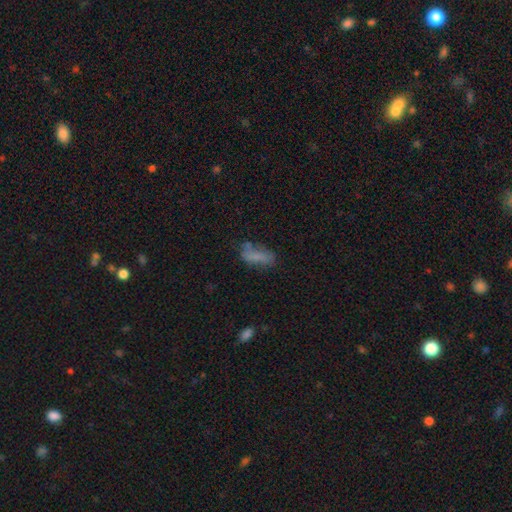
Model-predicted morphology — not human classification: smooth-or-featured: smooth: 67% | featured or disk: 22% | star or artifact: 11%
  how-rounded: in between: 69% | cigar-shaped: 28% | round: 3%
  merging: none: 48% | minor disturbance: 27% | major disturbance: 17% | merger: 8%